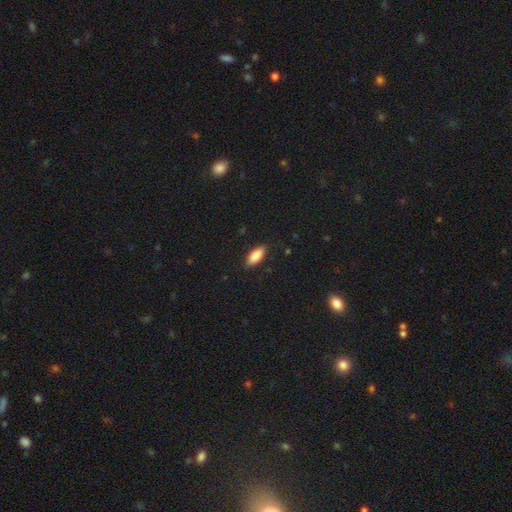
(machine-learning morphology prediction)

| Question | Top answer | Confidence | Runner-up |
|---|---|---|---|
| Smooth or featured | smooth | 87% | featured or disk (7%) |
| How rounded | in between | 84% | cigar-shaped (14%) |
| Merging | none | 86% | minor disturbance (11%) |